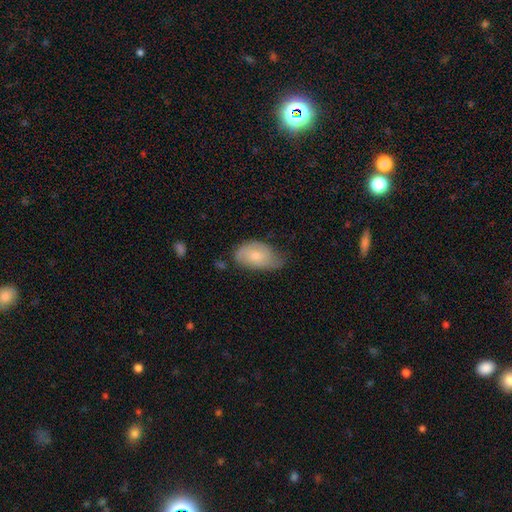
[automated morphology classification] smooth-or-featured: smooth: 57% | featured or disk: 36% | star or artifact: 6%
  how-rounded: in between: 90% | round: 8% | cigar-shaped: 2%
  merging: minor disturbance: 45% | none: 39% | major disturbance: 14% | merger: 2%